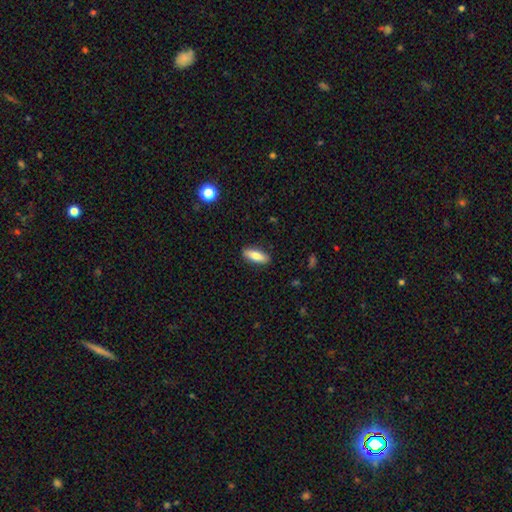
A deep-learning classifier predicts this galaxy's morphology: Smooth or featured? Predicted: smooth (p=0.78). How rounded? Predicted: in between (p=0.64). Merging? Predicted: none (p=0.89).